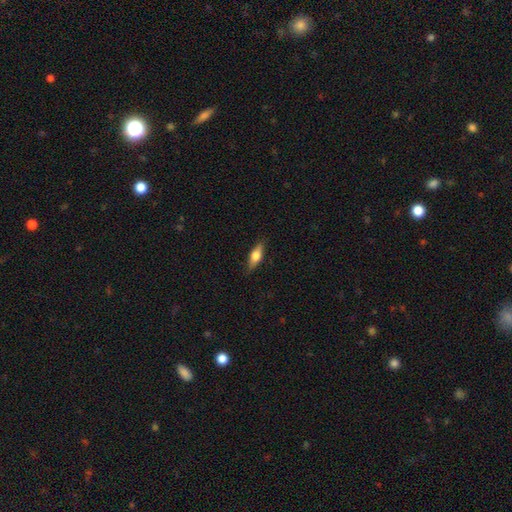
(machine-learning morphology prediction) Smooth or featured: smooth — 56% (featured or disk — 38%)
How rounded: in between — 57% (cigar-shaped — 39%)
Merging: none — 85% (minor disturbance — 11%)